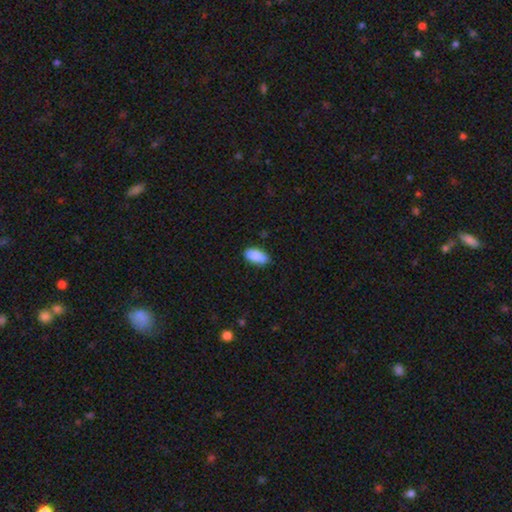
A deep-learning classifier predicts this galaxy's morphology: The model was most divided on "merging": none: 78%, minor disturbance: 18%, major disturbance: 3%, merger: 1%. More confident: how rounded — in between (92%); smooth or featured — smooth (88%).